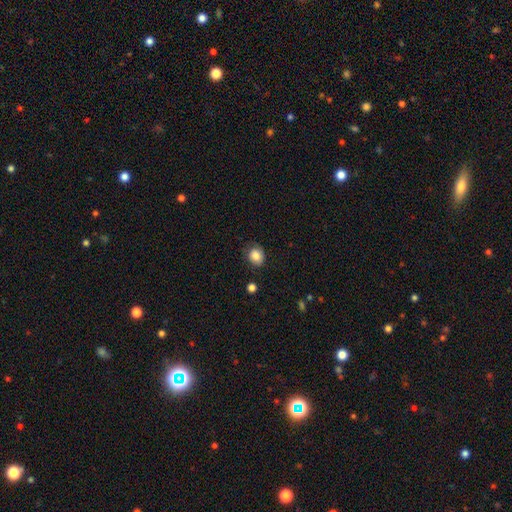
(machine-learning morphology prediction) smooth 83%, star or artifact 9%, featured or disk 8%. Down the decision tree: how rounded — round (65%); merging — none (75%).